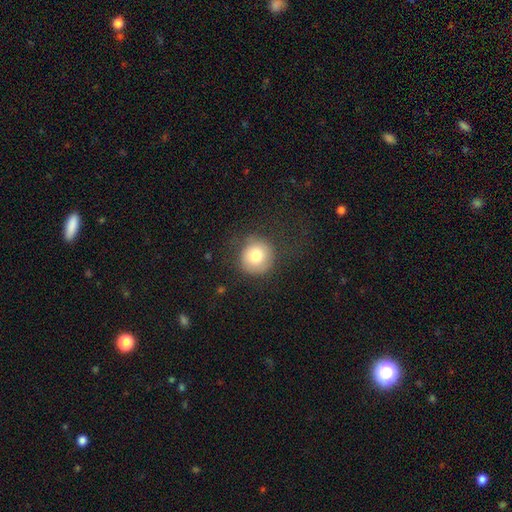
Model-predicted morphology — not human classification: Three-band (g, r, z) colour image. It shows a smooth galaxy with no disk features (78%) that is round (92%). Merging: none (73%).